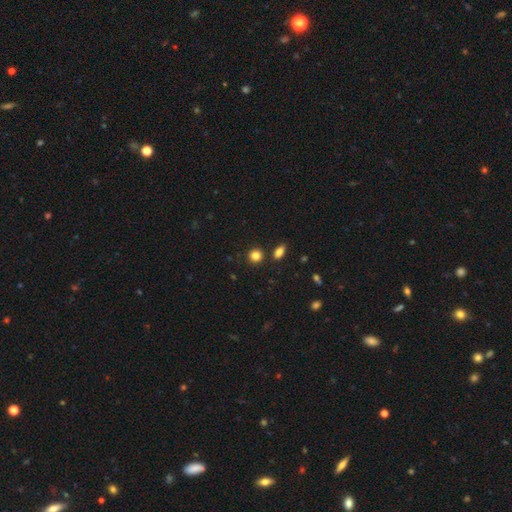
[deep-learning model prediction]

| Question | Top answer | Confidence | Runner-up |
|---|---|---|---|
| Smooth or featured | smooth | 84% | star or artifact (11%) |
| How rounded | round | 84% | in between (14%) |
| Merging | none | 84% | minor disturbance (8%) |